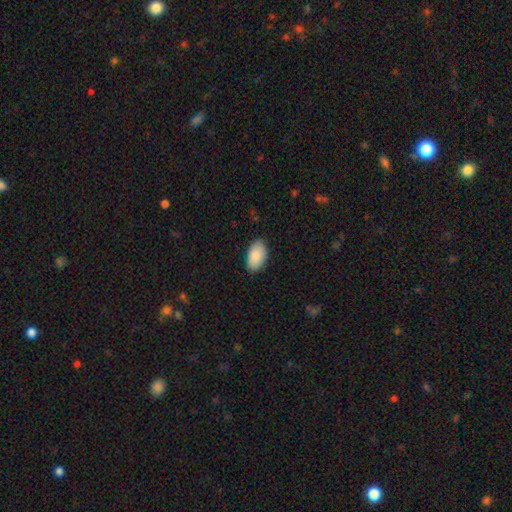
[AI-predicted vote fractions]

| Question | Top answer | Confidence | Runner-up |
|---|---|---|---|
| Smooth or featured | smooth | 89% | star or artifact (6%) |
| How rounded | in between | 94% | round (4%) |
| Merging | none | 85% | minor disturbance (12%) |